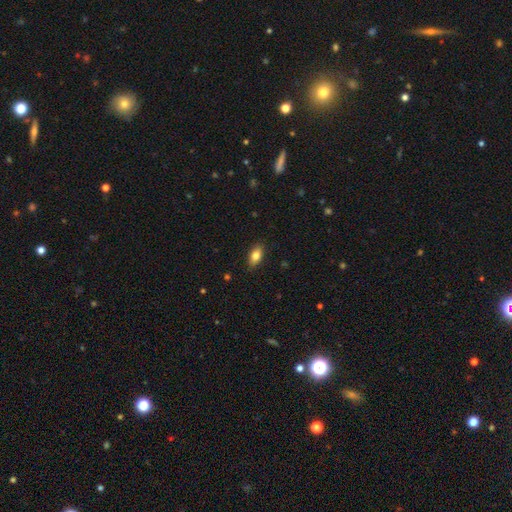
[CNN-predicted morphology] The model was most divided on "smooth or featured": smooth: 79%, featured or disk: 13%, star or artifact: 8%. More confident: how rounded — in between (87%); merging — none (87%).